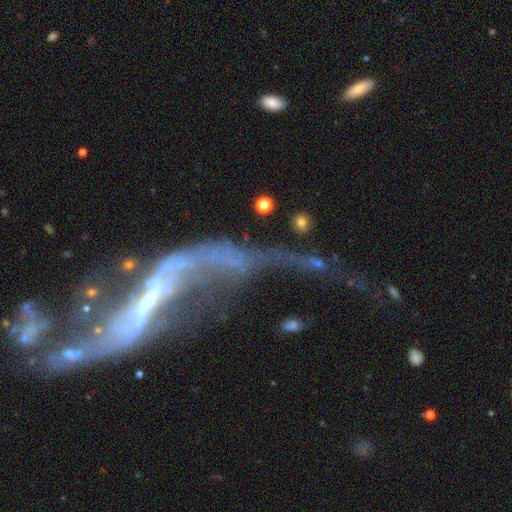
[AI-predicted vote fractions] Smooth or featured? featured or disk (84%)
Edge-on disk? no (89%)
Bar? strong (42%)
Spiral arms? yes (81%)
Spiral winding? loose (91%)
Spiral arm count? 2 (83%)
Bulge size? small (54%)
Merging? major disturbance (38%)